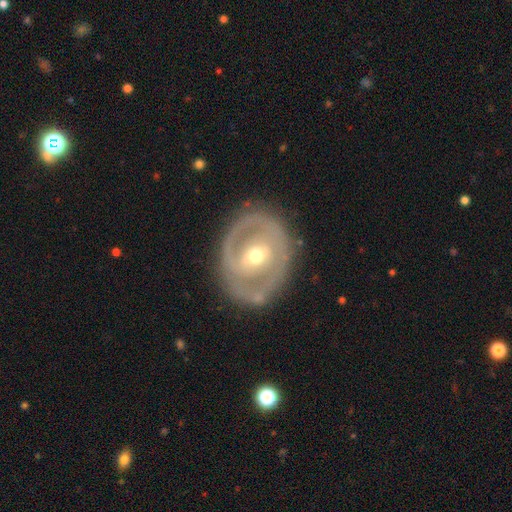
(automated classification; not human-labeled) This is likely a featured or disk galaxy (76%). It is clearly not viewed edge-on (95%). Bar: marginally no (45%). Spiral arm pattern: possibly yes (52%). Central bulge: likely moderate (60%). Merging: likely none (76%).